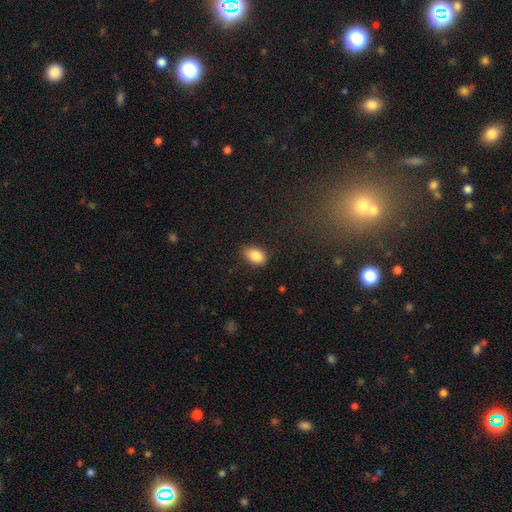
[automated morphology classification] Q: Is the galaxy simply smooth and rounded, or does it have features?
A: smooth — 87%.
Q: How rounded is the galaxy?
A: in between — 87%.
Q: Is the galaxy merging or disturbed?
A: none — 77%.